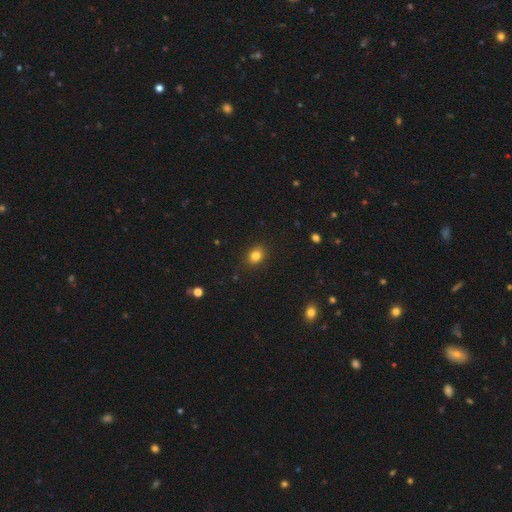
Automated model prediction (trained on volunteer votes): smooth_or_featured: smooth (p=0.82) [alt: star or artifact p=0.12]
how_rounded: round (p=0.54) [alt: in between p=0.45]
merging: none (p=0.87) [alt: minor disturbance p=0.09]